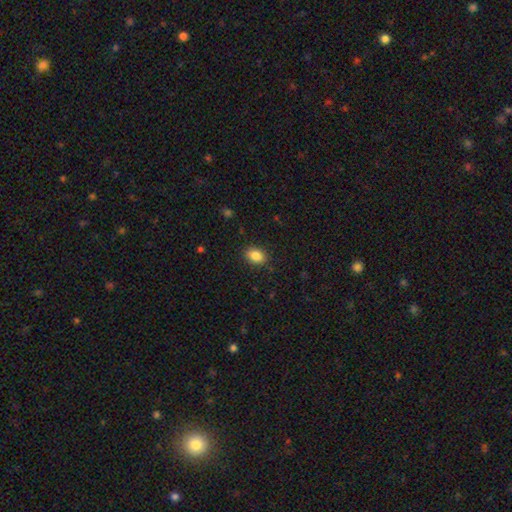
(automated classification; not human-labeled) This appears to be a smooth galaxy with no disk features (86%) that is in between round and cigar-shaped (74%). Merging: none (88%).